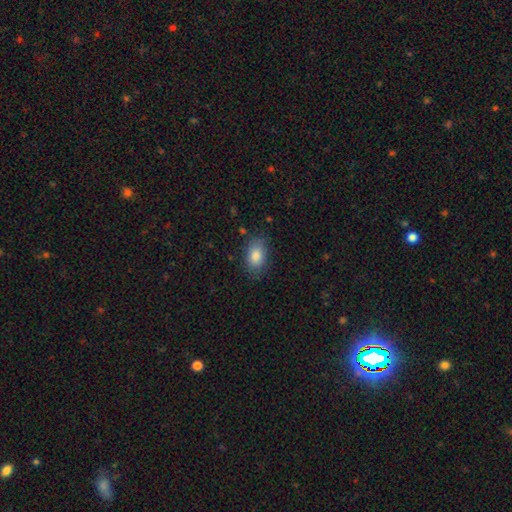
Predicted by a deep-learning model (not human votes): Q: Smooth or featured?
A: smooth (84%); runner-up: star or artifact (8%)
Q: How rounded?
A: in between (86%); runner-up: round (12%)
Q: Merging?
A: none (79%); runner-up: minor disturbance (16%)